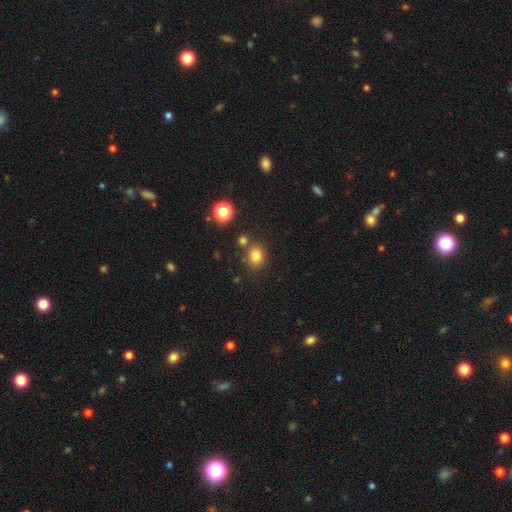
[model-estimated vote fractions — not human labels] Morphology: type=smooth (80%); roundness=round (62%); merging=none (73%).